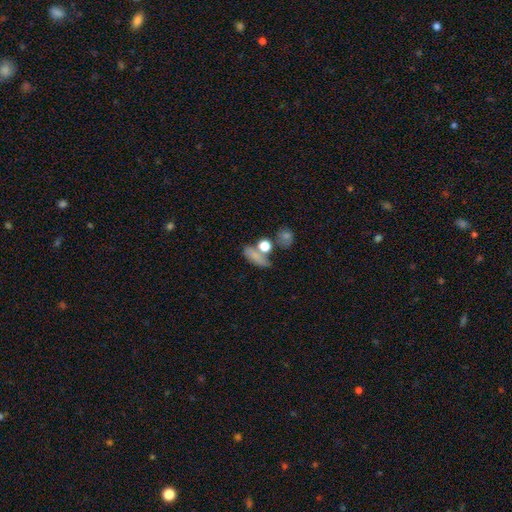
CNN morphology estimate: A smooth galaxy with no disk features (71%) that is in between round and cigar-shaped (53%).

Vote fractions:
- Smooth or featured? smooth: 71% / featured or disk: 15% / star or artifact: 14%
- How rounded? in between: 53% / round: 27% / cigar-shaped: 20%
- Merging? none: 44% / merger: 26% / minor disturbance: 17% / major disturbance: 13%